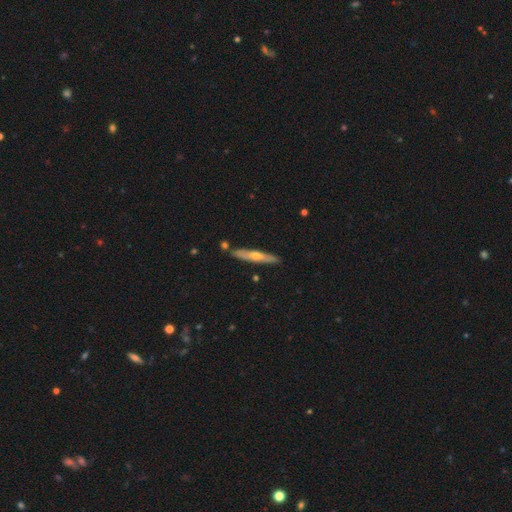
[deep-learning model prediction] featured or disk 56%, smooth 39%, star or artifact 6%. Down the decision tree: edge-on disk — yes (91%); edge-on bulge — rounded (80%); merging — none (86%).